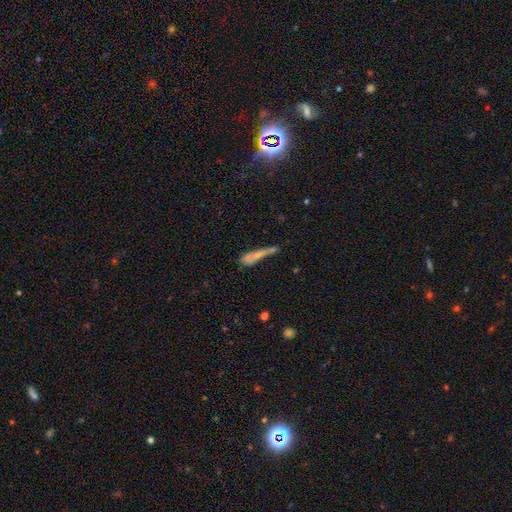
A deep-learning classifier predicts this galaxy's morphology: smooth 58%, featured or disk 31%, star or artifact 11%. Down the decision tree: how rounded — cigar-shaped (74%); merging — none (30%).